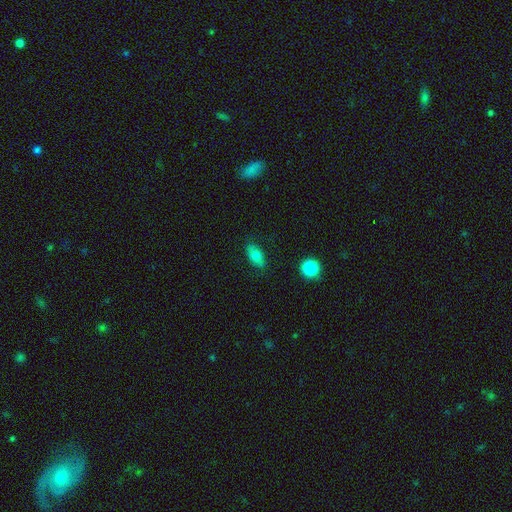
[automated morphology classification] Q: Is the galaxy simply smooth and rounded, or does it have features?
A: smooth — 74%.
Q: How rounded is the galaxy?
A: in between — 87%.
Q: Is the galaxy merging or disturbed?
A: none — 82%.